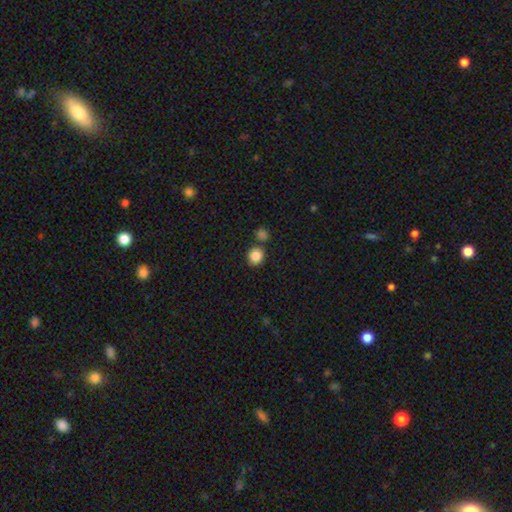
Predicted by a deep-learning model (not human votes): Smooth or featured?
  - smooth: 86% *
  - star or artifact: 9%
  - featured or disk: 4%
How rounded?
  - round: 78% *
  - in between: 21%
  - cigar-shaped: 1%
Merging?
  - none: 72% *
  - merger: 15%
  - minor disturbance: 10%
  - major disturbance: 3%